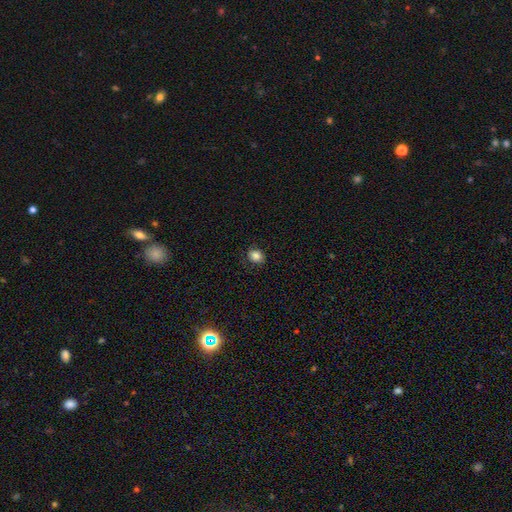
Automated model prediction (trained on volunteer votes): Smooth or featured?
  - smooth: 83% *
  - star or artifact: 11%
  - featured or disk: 6%
How rounded?
  - round: 56% *
  - in between: 43%
  - cigar-shaped: 1%
Merging?
  - none: 80% *
  - minor disturbance: 14%
  - major disturbance: 4%
  - merger: 1%